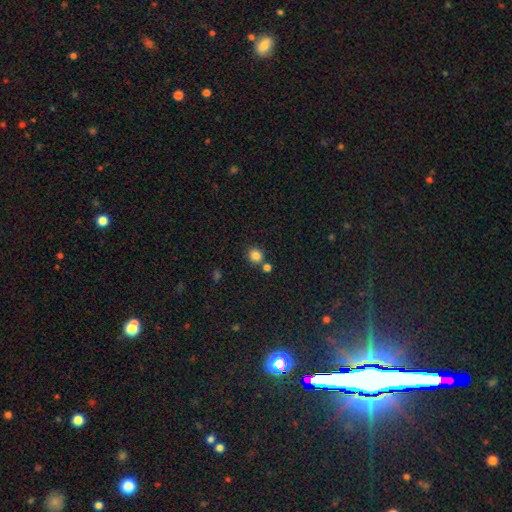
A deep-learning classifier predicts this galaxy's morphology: smooth 84%, star or artifact 11%, featured or disk 5%. Down the decision tree: how rounded — round (85%); merging — none (73%).